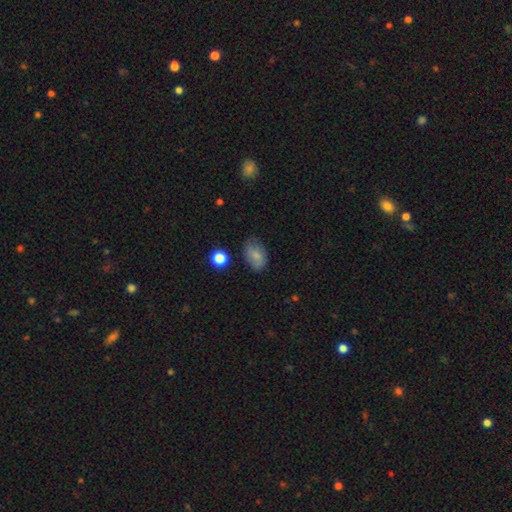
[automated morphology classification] smooth 78%, featured or disk 13%, star or artifact 9%. Down the decision tree: how rounded — in between (86%); merging — none (66%).